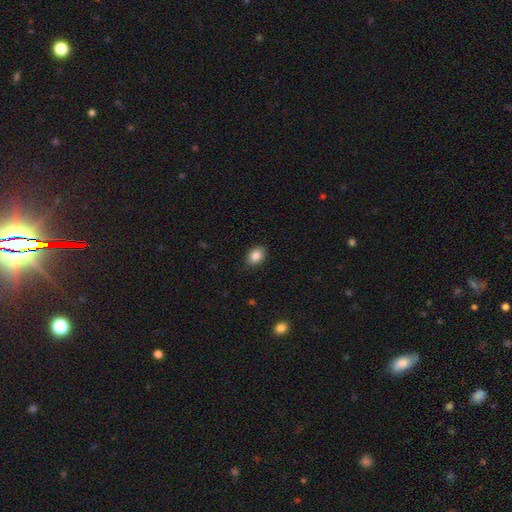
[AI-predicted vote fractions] Smooth or featured? smooth (86%)
How rounded? in between (77%)
Merging? none (85%)